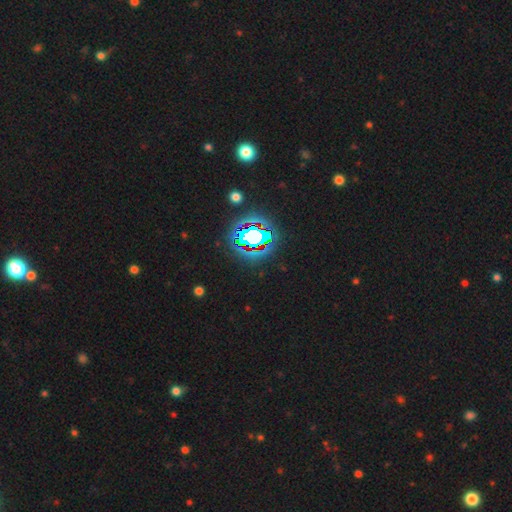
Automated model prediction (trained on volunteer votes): Smooth or featured: star or artifact — 83% (smooth — 10%)